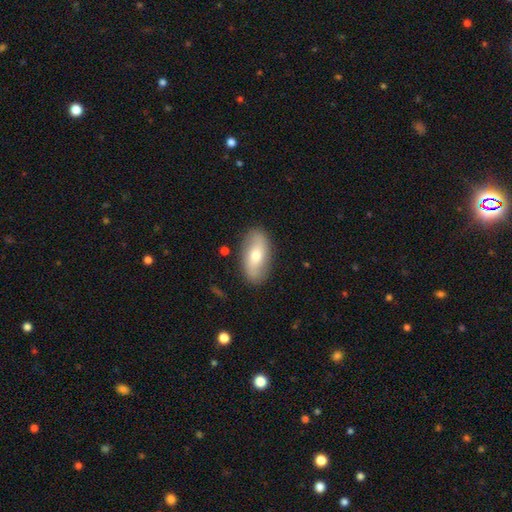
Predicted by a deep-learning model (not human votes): Q: Smooth or featured?
A: smooth (54%); runner-up: featured or disk (40%)
Q: How rounded?
A: in between (90%); runner-up: cigar-shaped (7%)
Q: Merging?
A: none (85%); runner-up: minor disturbance (11%)